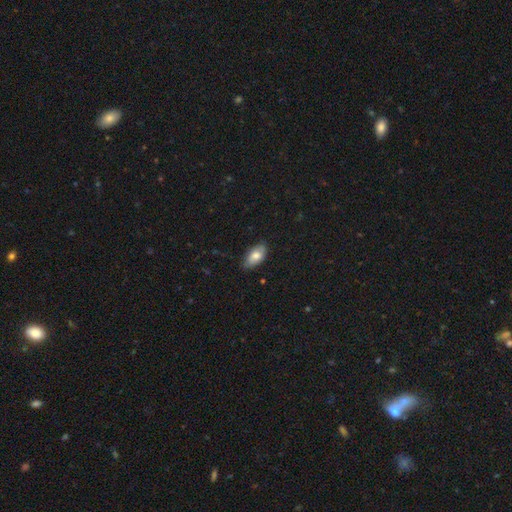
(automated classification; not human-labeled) Smooth or featured? Predicted: smooth (p=0.76). How rounded? Predicted: in between (p=0.92). Merging? Predicted: none (p=0.79).